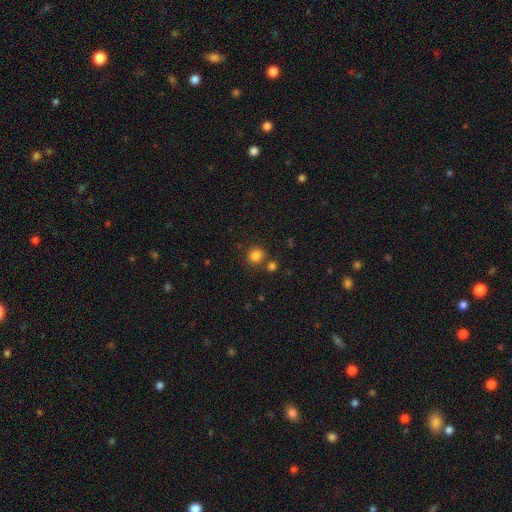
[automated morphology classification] Smooth or featured? Predicted: smooth (p=0.83). How rounded? Predicted: round (p=0.87). Merging? Predicted: none (p=0.73).